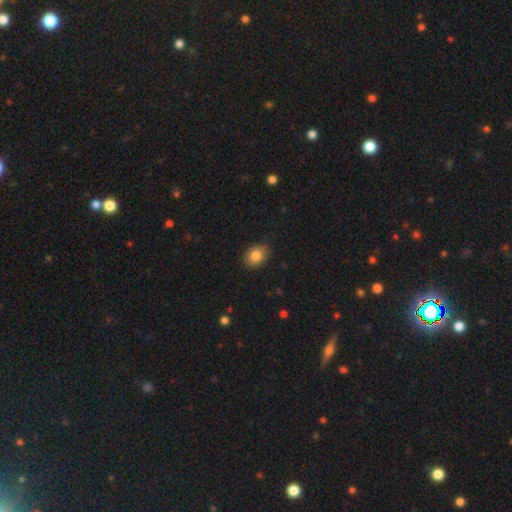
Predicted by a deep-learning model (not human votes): Morphology: type=smooth (84%); roundness=in between (65%); merging=none (84%).